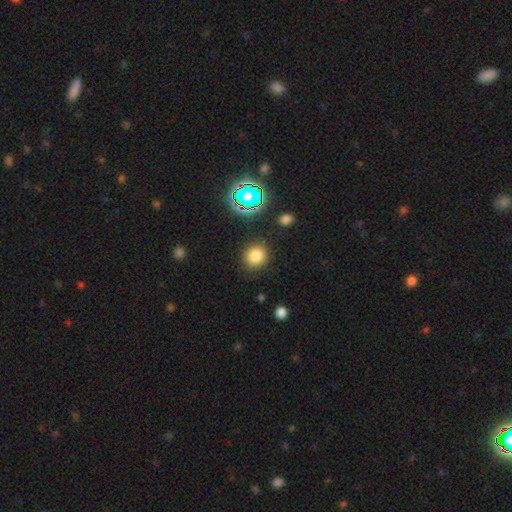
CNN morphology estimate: smooth_or_featured: smooth (p=0.78) [alt: star or artifact p=0.15]
how_rounded: round (p=0.86) [alt: in between p=0.12]
merging: none (p=0.88) [alt: minor disturbance p=0.07]